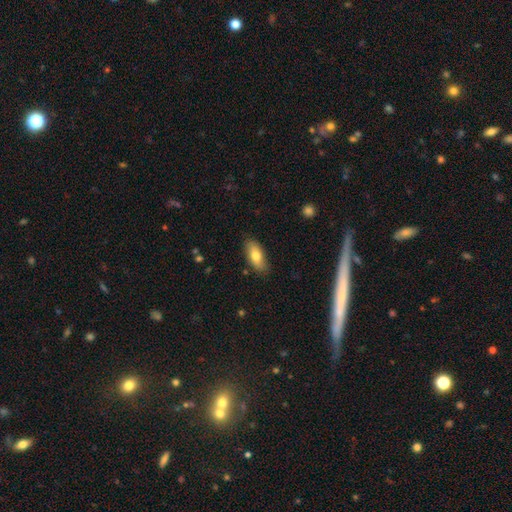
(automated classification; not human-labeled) Overall: smooth (74%). How rounded: in between (83%). Merging: none (85%).